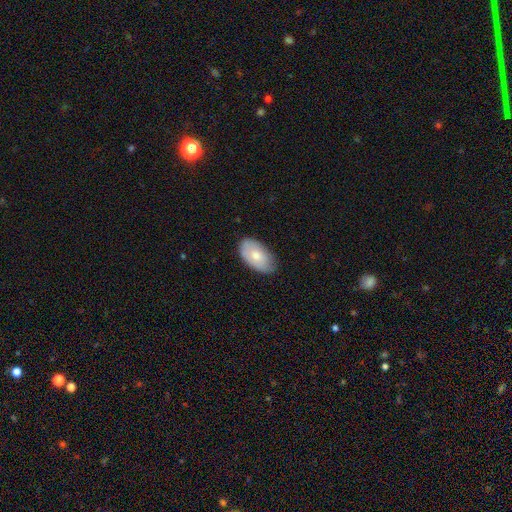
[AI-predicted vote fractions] A smooth galaxy with no disk features (74%) that is in between round and cigar-shaped (95%). Merging: none (77%).